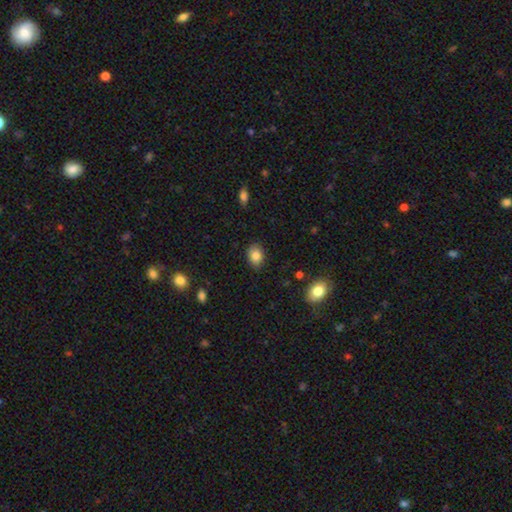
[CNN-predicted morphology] smooth 84%, star or artifact 9%, featured or disk 6%. Down the decision tree: how rounded — in between (68%); merging — none (84%).